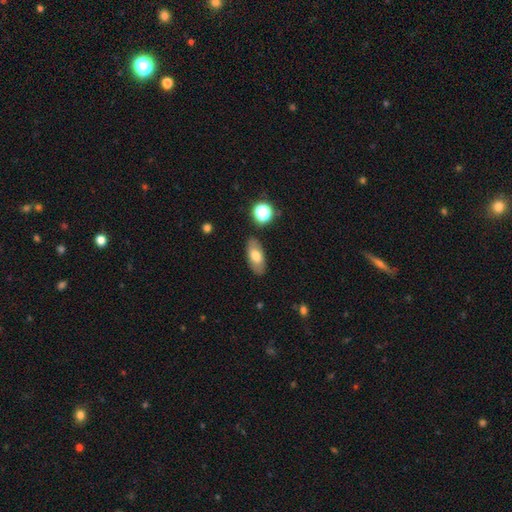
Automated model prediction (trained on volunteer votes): This is likely a smooth galaxy (71%). How rounded: clearly in between (89%). Merging: clearly none (84%).